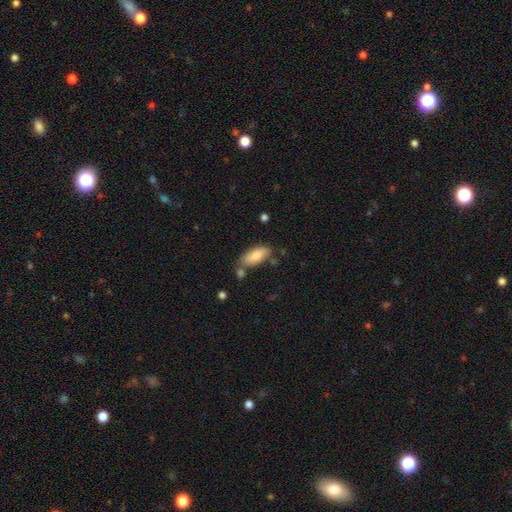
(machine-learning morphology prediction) Smooth or featured?
  - smooth: 83% *
  - featured or disk: 11%
  - star or artifact: 6%
How rounded?
  - in between: 83% *
  - cigar-shaped: 15%
  - round: 2%
Merging?
  - none: 66% *
  - minor disturbance: 18%
  - merger: 11%
  - major disturbance: 4%